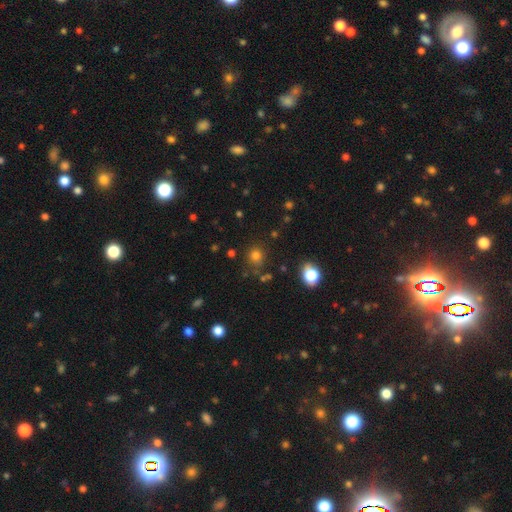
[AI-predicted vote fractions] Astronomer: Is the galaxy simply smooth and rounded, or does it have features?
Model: smooth — 75%.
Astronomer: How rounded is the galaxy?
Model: round — 83%.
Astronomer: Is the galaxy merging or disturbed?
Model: none — 79%.